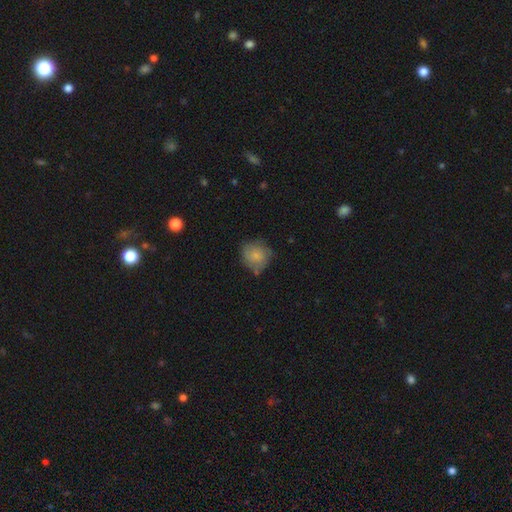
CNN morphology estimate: A smooth galaxy with no disk features (74%) that is round (81%).

Vote fractions:
- Smooth or featured? smooth: 74% / featured or disk: 18% / star or artifact: 8%
- How rounded? round: 81% / in between: 18% / cigar-shaped: 1%
- Merging? none: 62% / minor disturbance: 27% / major disturbance: 7% / merger: 4%